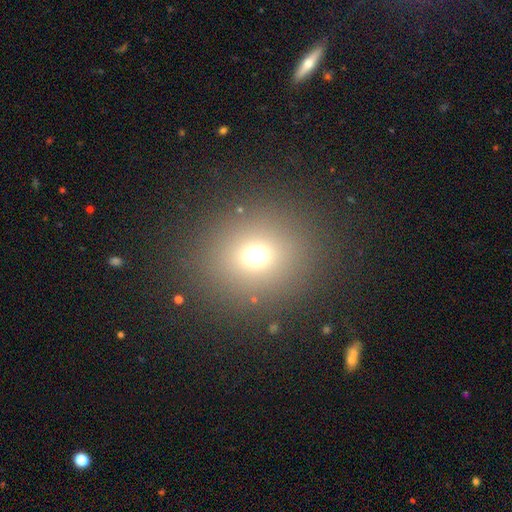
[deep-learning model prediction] Q: Smooth or featured?
A: smooth (67%); runner-up: star or artifact (24%)
Q: How rounded?
A: round (83%); runner-up: in between (16%)
Q: Merging?
A: none (86%); runner-up: minor disturbance (7%)